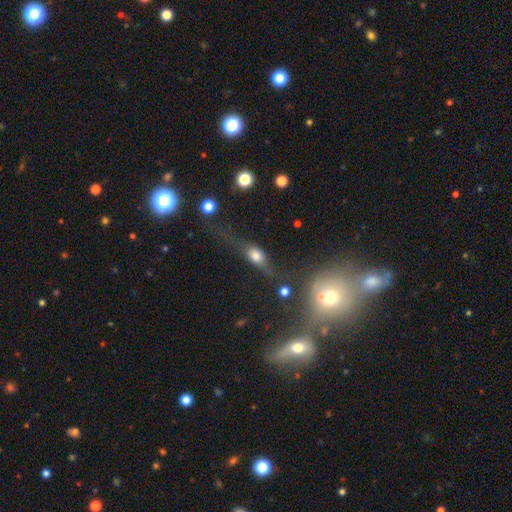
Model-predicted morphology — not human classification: Smooth or featured?
  - smooth: 51% *
  - featured or disk: 37%
  - star or artifact: 12%
How rounded?
  - in between: 58% *
  - cigar-shaped: 21%
  - round: 21%
Merging?
  - none: 44% *
  - major disturbance: 24%
  - minor disturbance: 22%
  - merger: 9%